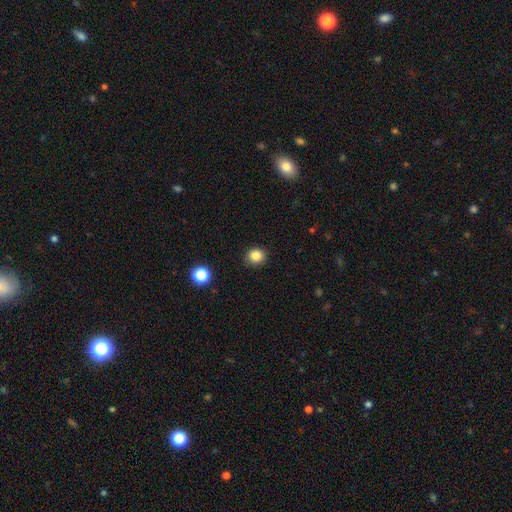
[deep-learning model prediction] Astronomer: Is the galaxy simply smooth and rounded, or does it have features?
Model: smooth — 85%.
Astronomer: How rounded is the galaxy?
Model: round — 83%.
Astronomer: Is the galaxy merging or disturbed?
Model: none — 89%.